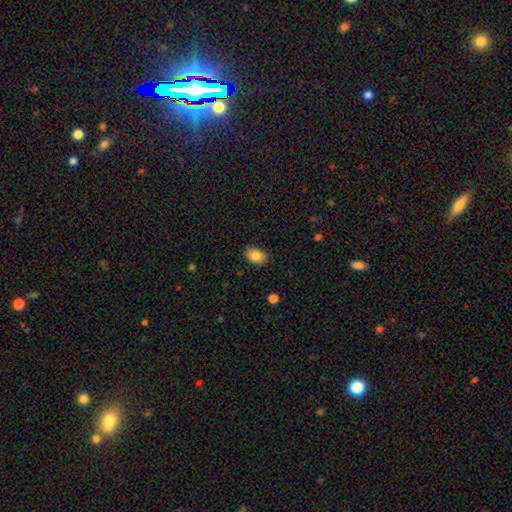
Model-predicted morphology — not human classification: smooth 86%, star or artifact 8%, featured or disk 6%. Down the decision tree: how rounded — in between (77%); merging — none (87%).